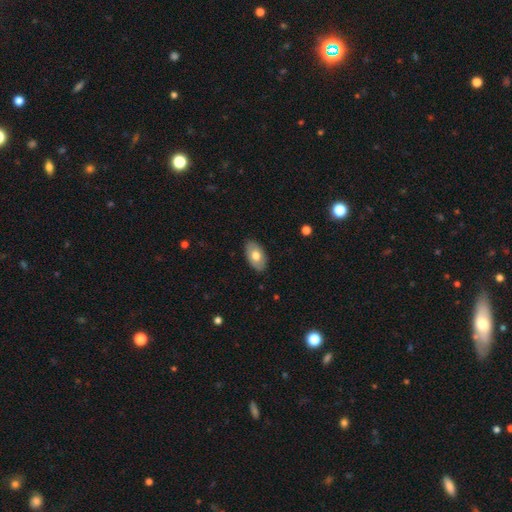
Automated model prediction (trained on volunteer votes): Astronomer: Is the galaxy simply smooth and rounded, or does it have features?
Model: smooth — 70%.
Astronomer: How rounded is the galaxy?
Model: in between — 93%.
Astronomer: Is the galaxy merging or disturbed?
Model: none — 86%.